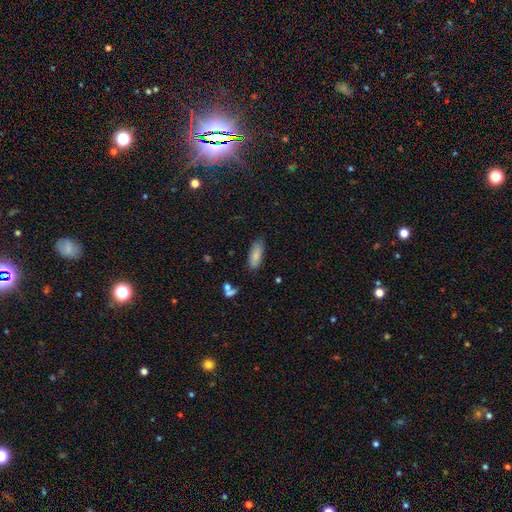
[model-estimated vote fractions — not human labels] This appears to be a smooth galaxy with no disk features (83%) that is in between round and cigar-shaped (75%). Merging: none (79%).